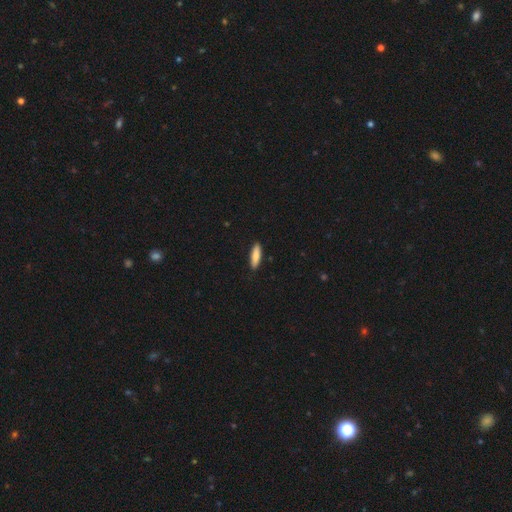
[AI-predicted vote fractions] Smooth or featured? smooth (83%)
How rounded? cigar-shaped (64%)
Merging? none (90%)